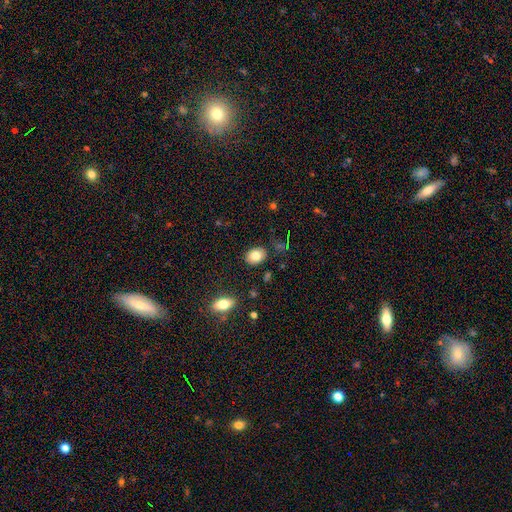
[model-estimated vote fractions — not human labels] A smooth galaxy with no disk features (80%) that is in between round and cigar-shaped (68%). Merging: none (86%).